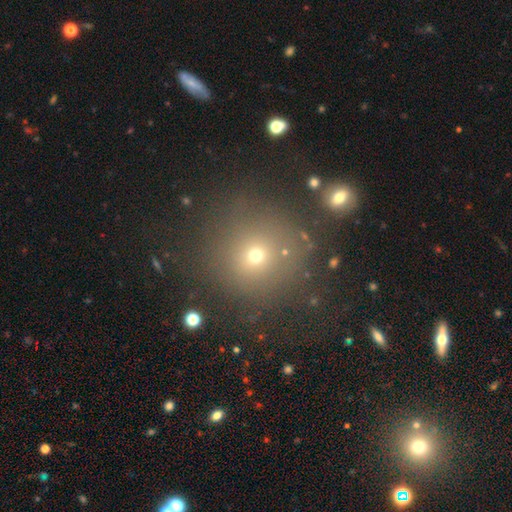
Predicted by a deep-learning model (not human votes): smooth-or-featured: smooth: 66% | star or artifact: 24% | featured or disk: 10%
  how-rounded: round: 91% | in between: 8% | cigar-shaped: 1%
  merging: none: 79% | minor disturbance: 11% | major disturbance: 5% | merger: 5%